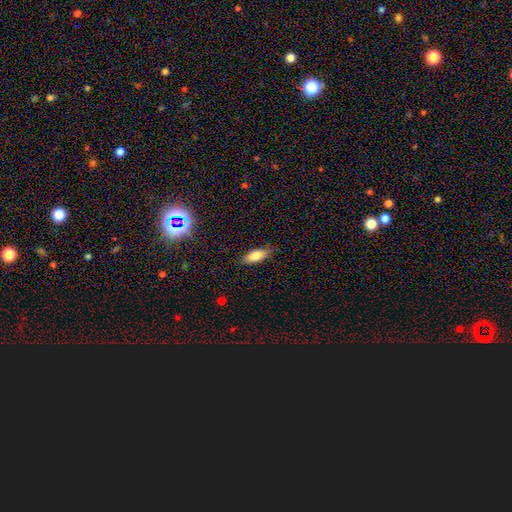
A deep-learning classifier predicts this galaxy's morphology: Smooth or featured: smooth — 77% (featured or disk — 15%)
How rounded: in between — 76% (cigar-shaped — 21%)
Merging: none — 83% (minor disturbance — 13%)